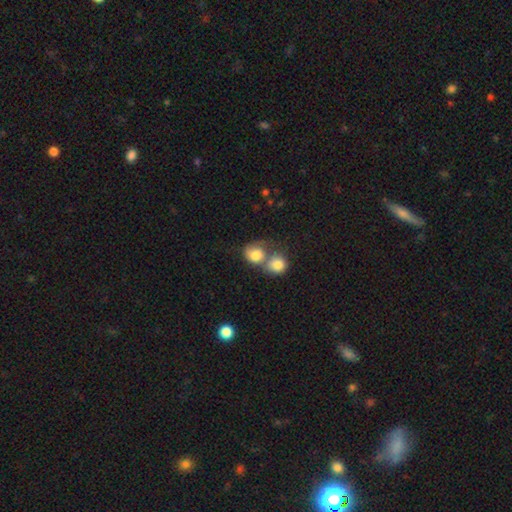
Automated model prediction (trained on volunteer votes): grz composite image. It shows a smooth galaxy with no disk features (80%) that is round (64%). Merging: merger (66%).